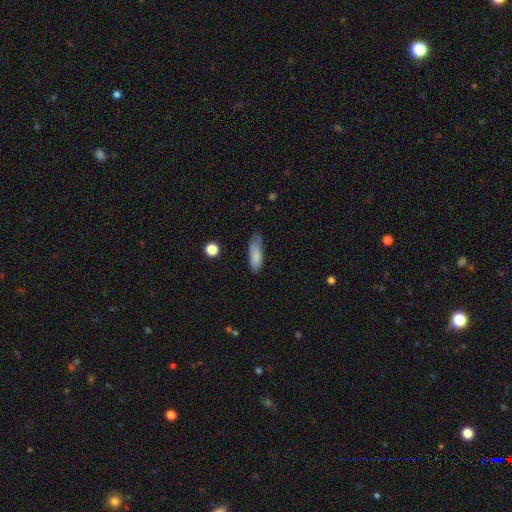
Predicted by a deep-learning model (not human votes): smooth 81%, featured or disk 11%, star or artifact 8%. Down the decision tree: how rounded — in between (60%); merging — none (54%).